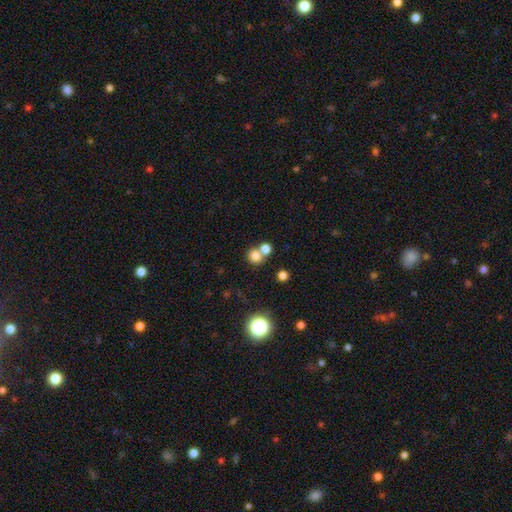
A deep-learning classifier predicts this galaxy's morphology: This appears to be a smooth galaxy with no disk features (77%) that is round (87%). Merging: none (52%).